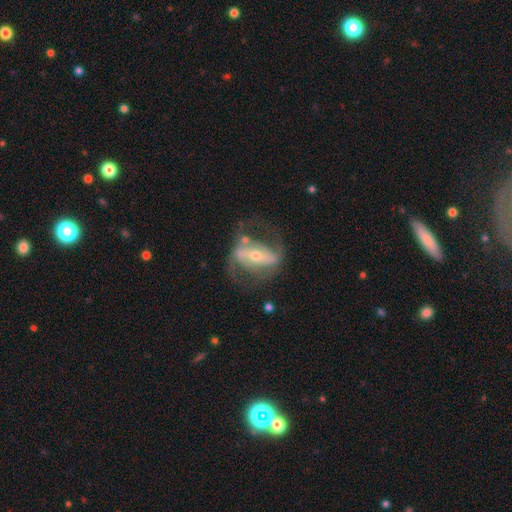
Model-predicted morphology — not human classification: Overall: featured or disk (84%). Edge-on disk: no (93%). Bar: strong (65%). Spiral arms: yes (87%). Spiral arm count: 2 (85%). Spiral winding: medium (48%; loose 34%). Bulge size: small (57%; moderate 37%). Merging: none (59%; major disturbance 20%).